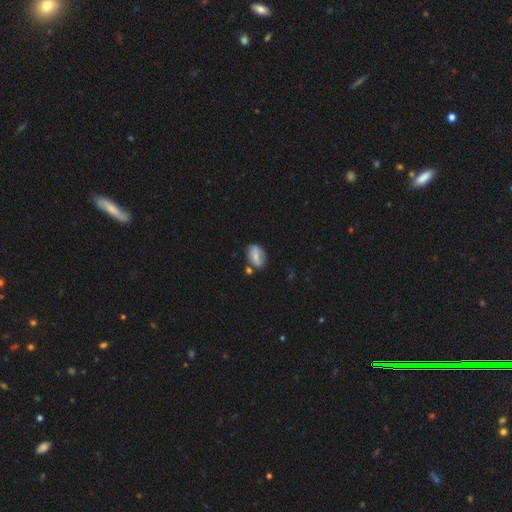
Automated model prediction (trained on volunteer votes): Q: Smooth or featured?
A: smooth (62%); runner-up: featured or disk (30%)
Q: How rounded?
A: in between (84%); runner-up: round (14%)
Q: Merging?
A: none (67%); runner-up: minor disturbance (18%)